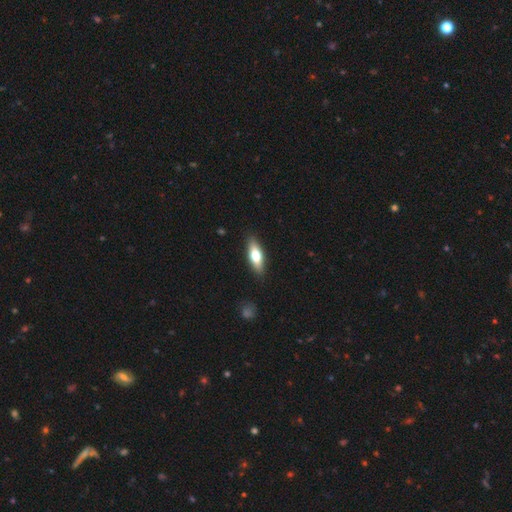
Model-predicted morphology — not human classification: The model was most divided on "how rounded": in between: 60%, cigar-shaped: 38%, round: 3%. More confident: merging — none (88%); smooth or featured — smooth (64%).